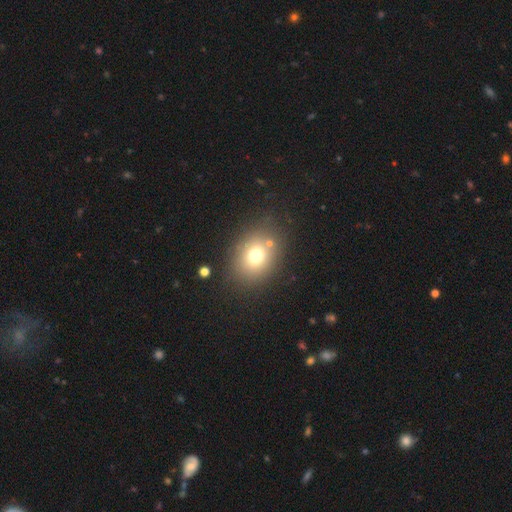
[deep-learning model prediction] A smooth galaxy with no disk features (73%) that is in between round and cigar-shaped (54%).

Vote fractions:
- Smooth or featured? smooth: 73% / star or artifact: 15% / featured or disk: 13%
- How rounded? in between: 54% / round: 45% / cigar-shaped: 1%
- Merging? none: 77% / minor disturbance: 11% / merger: 7% / major disturbance: 5%